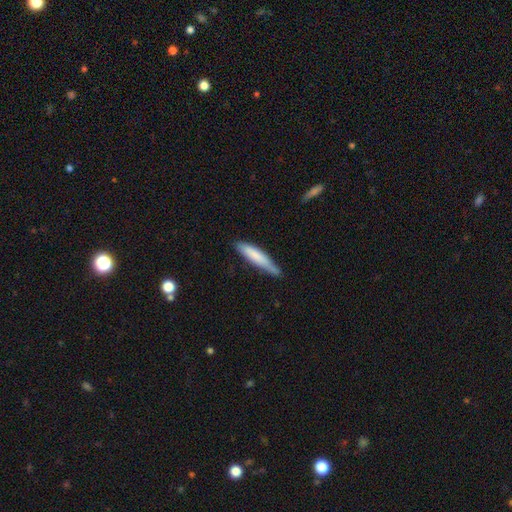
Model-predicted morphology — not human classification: A smooth galaxy with no disk features (75%) that is cigar-shaped (86%).

Vote fractions:
- Smooth or featured? smooth: 75% / featured or disk: 20% / star or artifact: 5%
- How rounded? cigar-shaped: 86% / in between: 13% / round: 1%
- Merging? none: 65% / minor disturbance: 28% / major disturbance: 5% / merger: 3%